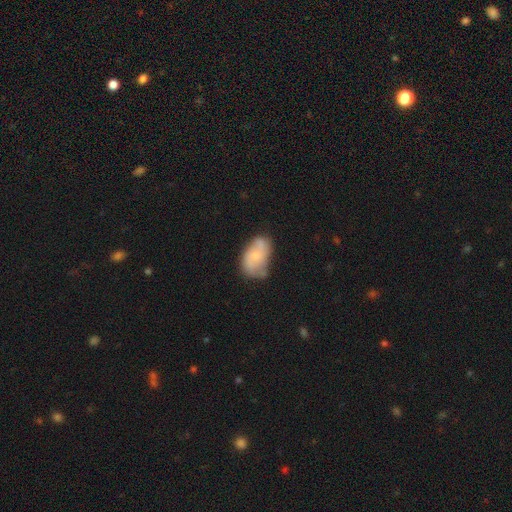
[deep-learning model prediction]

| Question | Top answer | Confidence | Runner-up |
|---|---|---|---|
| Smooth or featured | featured or disk | 52% | smooth (41%) |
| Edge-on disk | no | 97% | yes (3%) |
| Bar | no | 65% | weak (30%) |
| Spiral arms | yes | 77% | no (23%) |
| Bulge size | small | 49% | moderate (28%) |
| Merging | none | 51% | minor disturbance (30%) |